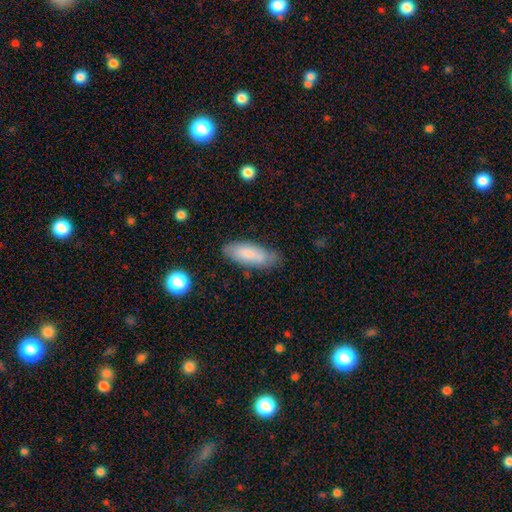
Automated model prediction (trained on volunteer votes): This appears to be a smooth galaxy with no disk features (78%) that is in between round and cigar-shaped (74%). Merging: none (68%).